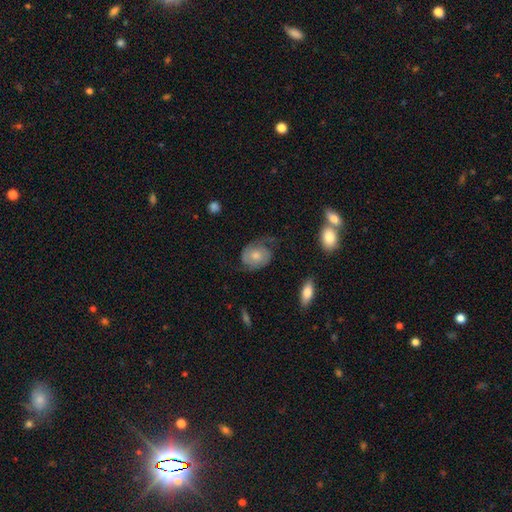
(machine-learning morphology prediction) A featured or disk galaxy (66%) with no bar (76%), 2 (77%) medium (40%) spiral arms (92%) and a moderate central bulge (55%).

Vote fractions:
- Smooth or featured? featured or disk: 66% / smooth: 26% / star or artifact: 7%
- Edge-on disk? no: 97% / yes: 3%
- Bar? no: 76% / weak: 21% / strong: 4%
- Spiral arms? yes: 92% / no: 8%
- Spiral winding? medium: 40% / tight: 33% / loose: 27%
- Spiral arm count? 2: 77% / 1: 10% / can't tell: 8% / 3: 2% / 4: 1% / more than 4: 1%
- Bulge size? moderate: 55% / small: 33% / large: 7% / none: 3% / dominant: 2%
- Merging? none: 55% / minor disturbance: 23% / major disturbance: 20% / merger: 2%